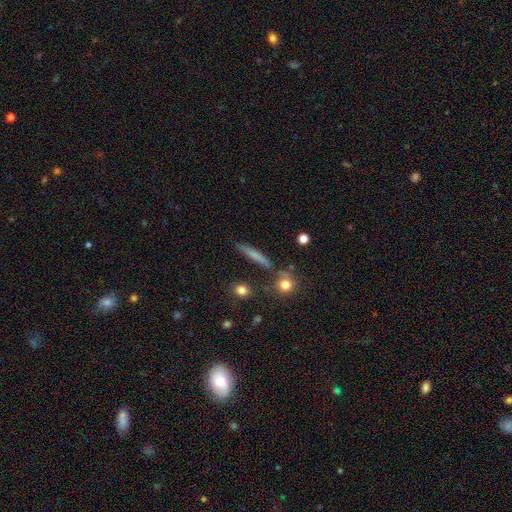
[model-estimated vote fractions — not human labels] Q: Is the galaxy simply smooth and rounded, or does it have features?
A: smooth — 62%.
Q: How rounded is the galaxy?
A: cigar-shaped — 87%.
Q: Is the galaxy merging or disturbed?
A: none — 81%.